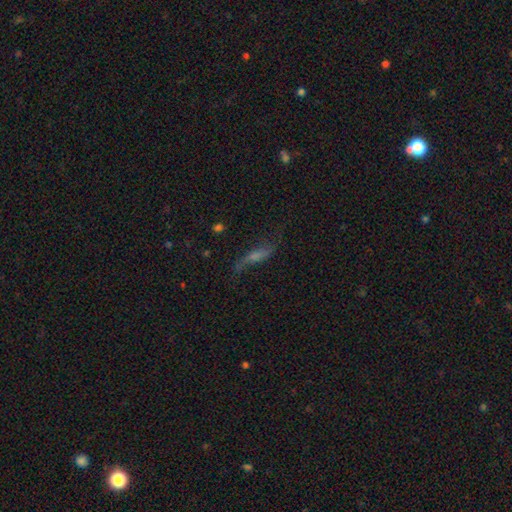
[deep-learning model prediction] The model was most divided on "edge-on disk": no: 59%, yes: 41%. More confident: merging — none (63%); smooth or featured — featured or disk (57%).